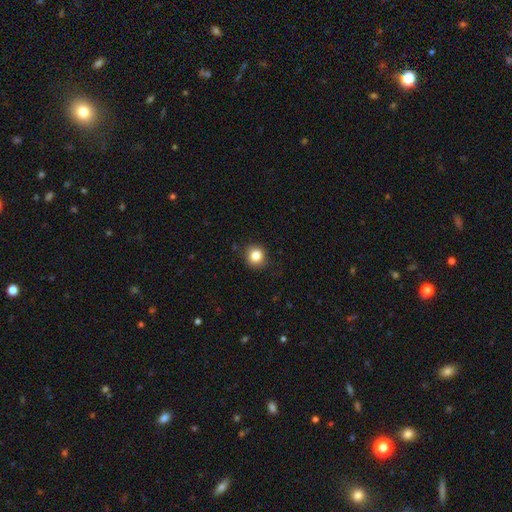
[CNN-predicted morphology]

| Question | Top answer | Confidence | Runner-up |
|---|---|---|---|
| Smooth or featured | smooth | 84% | star or artifact (10%) |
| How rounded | round | 88% | in between (11%) |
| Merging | none | 86% | minor disturbance (10%) |